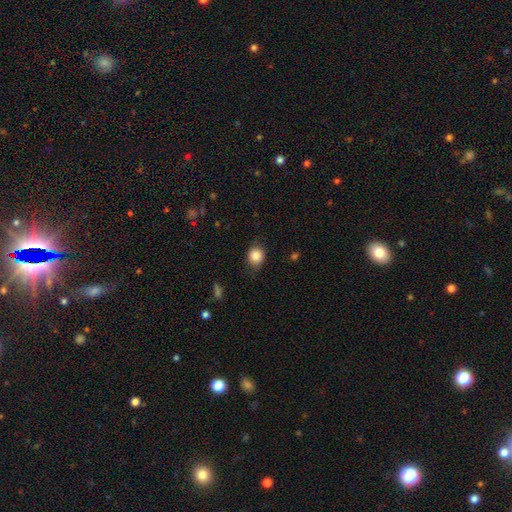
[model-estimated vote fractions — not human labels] A smooth galaxy with no disk features (85%) that is round (73%).

Vote fractions:
- Smooth or featured? smooth: 85% / star or artifact: 9% / featured or disk: 6%
- How rounded? round: 73% / in between: 26% / cigar-shaped: 1%
- Merging? none: 75% / minor disturbance: 20% / major disturbance: 4% / merger: 1%